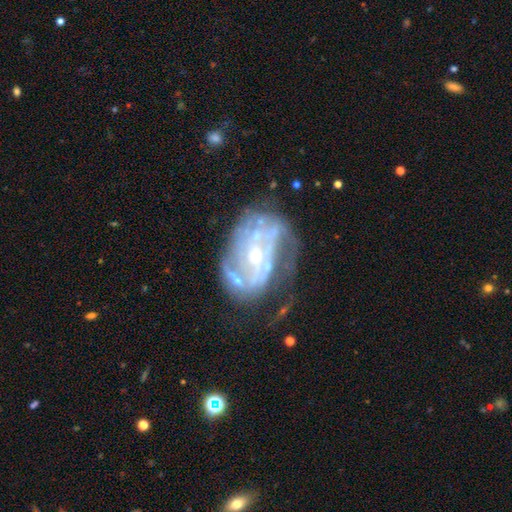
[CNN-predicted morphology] Smooth or featured: featured or disk — 83% (smooth — 10%)
Edge-on disk: no — 97% (yes — 3%)
Bar: no — 59% (weak — 30%)
Spiral arms: yes — 72% (no — 28%)
Spiral winding: tight — 44% (medium — 37%)
Spiral arm count: can't tell — 44% (2 — 31%)
Bulge size: moderate — 50% (small — 45%)
Merging: none — 43% (major disturbance — 26%)